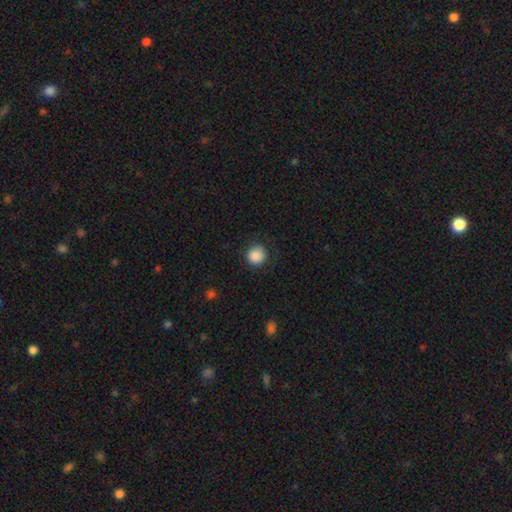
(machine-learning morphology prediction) This appears to be a smooth galaxy with no disk features (88%) that is round (93%). Merging: none (86%).